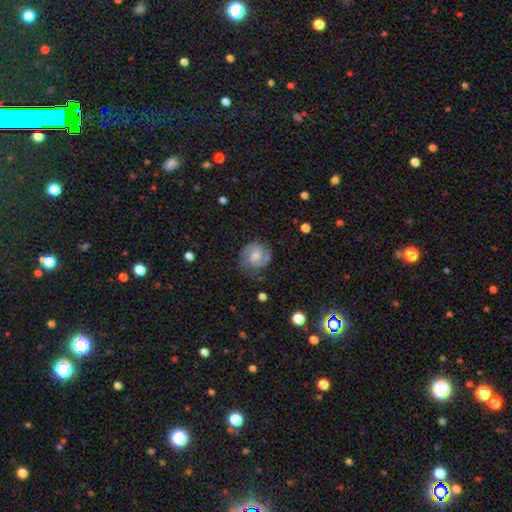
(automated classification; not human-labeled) Smooth or featured?
  - featured or disk: 83% *
  - smooth: 10%
  - star or artifact: 7%
Edge-on disk?
  - no: 98% *
  - yes: 2%
Bar?
  - weak: 49% *
  - no: 39%
  - strong: 12%
Spiral arms?
  - yes: 97% *
  - no: 3%
Spiral winding?
  - medium: 48% *
  - tight: 41%
  - loose: 11%
Spiral arm count?
  - 2: 85% *
  - can't tell: 5%
  - 3: 5%
  - 1: 2%
  - 4: 1%
  - more than 4: 1%
Bulge size?
  - moderate: 53% *
  - small: 39%
  - none: 4%
  - large: 3%
  - dominant: 1%
Merging?
  - none: 80% *
  - minor disturbance: 14%
  - major disturbance: 5%
  - merger: 1%